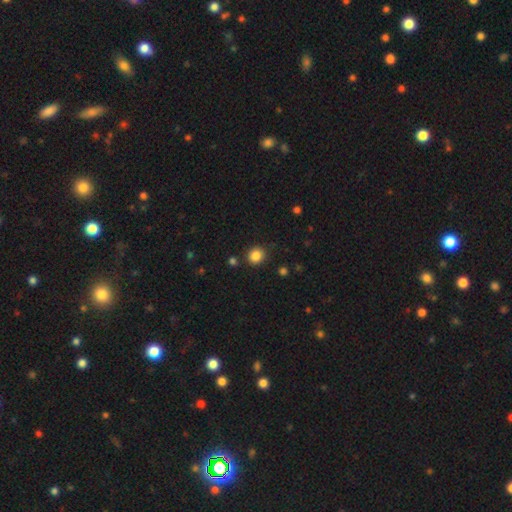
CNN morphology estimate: smooth 85%, star or artifact 11%, featured or disk 4%. Down the decision tree: how rounded — round (85%); merging — none (87%).